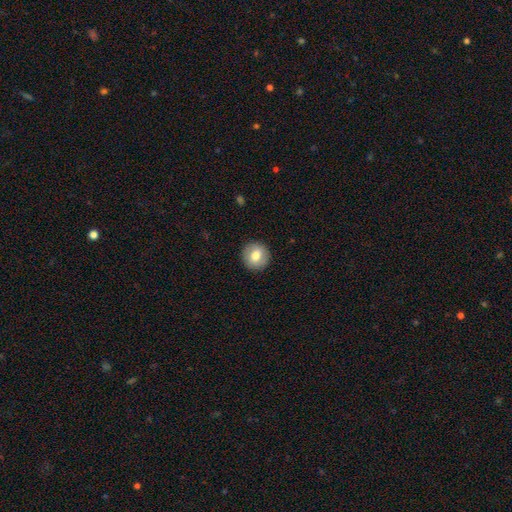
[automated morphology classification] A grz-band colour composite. It shows a smooth galaxy with no disk features (72%) that is round (92%). Merging: none (91%).